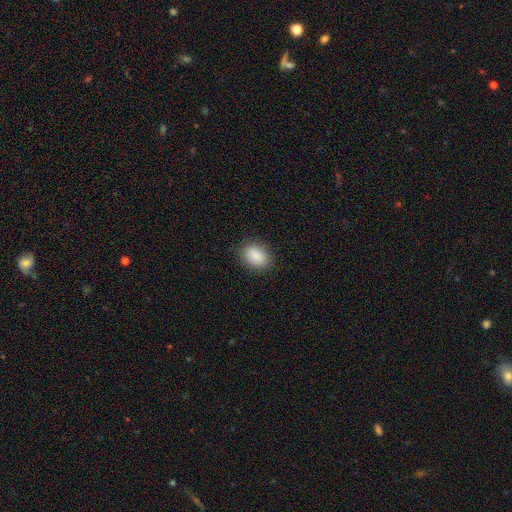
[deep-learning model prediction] Smooth or featured? Predicted: smooth (p=0.88). How rounded? Predicted: in between (p=0.79). Merging? Predicted: none (p=0.87).